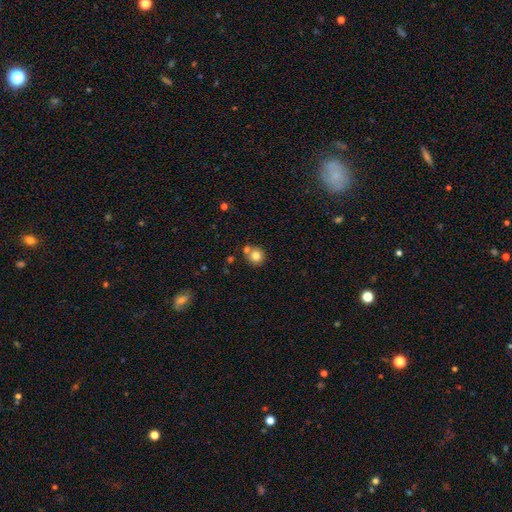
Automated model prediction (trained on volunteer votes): Smooth or featured? smooth (78%)
How rounded? round (92%)
Merging? none (66%)